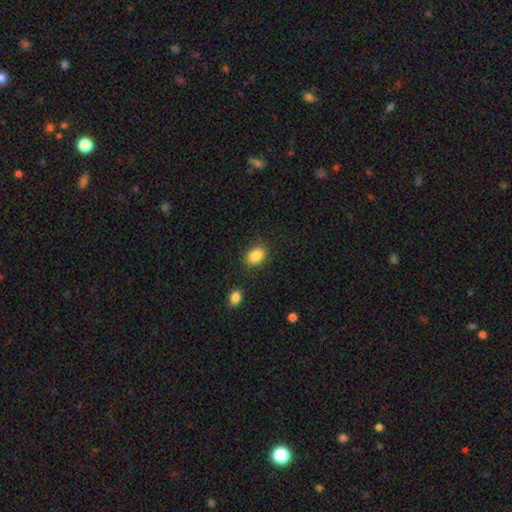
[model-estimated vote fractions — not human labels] Smooth or featured? smooth (87%)
How rounded? in between (65%)
Merging? none (84%)